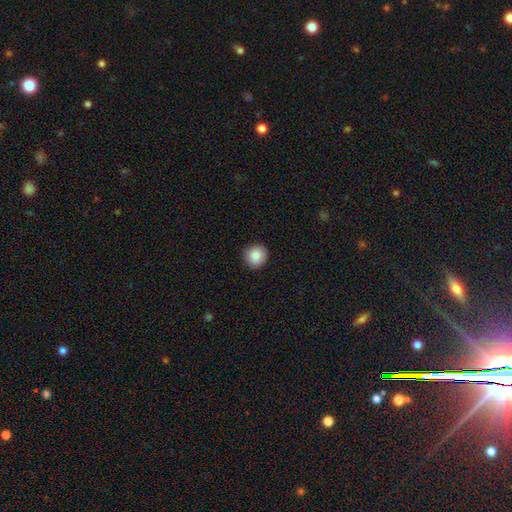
Smooth or featured: smooth — 90% (star or artifact — 8%)
How rounded: round — 97% (in between — 3%)
Merging: none — 92% (minor disturbance — 6%)